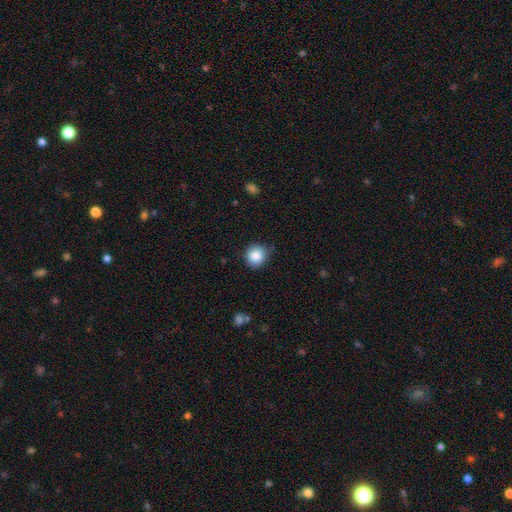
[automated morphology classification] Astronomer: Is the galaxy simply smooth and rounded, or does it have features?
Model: smooth — 87%.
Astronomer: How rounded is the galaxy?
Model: round — 90%.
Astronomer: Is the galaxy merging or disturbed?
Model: none — 78%.